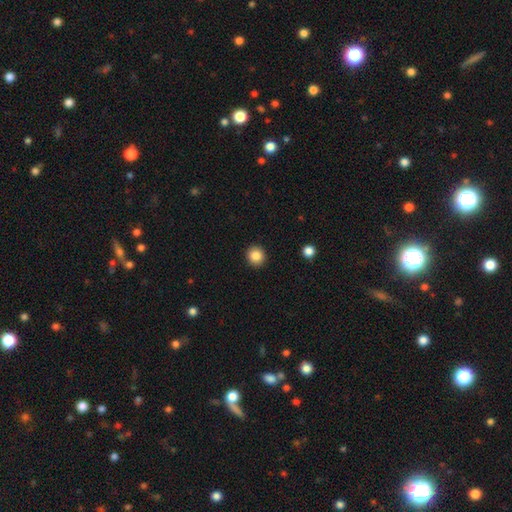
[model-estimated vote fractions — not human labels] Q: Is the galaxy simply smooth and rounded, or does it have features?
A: smooth — 85%.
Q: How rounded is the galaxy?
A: round — 91%.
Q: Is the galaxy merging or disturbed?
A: none — 92%.